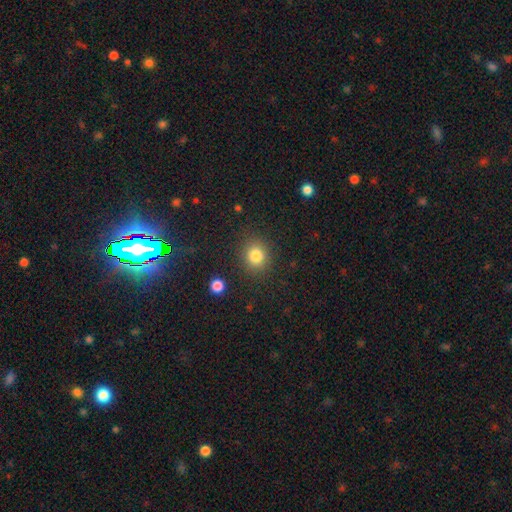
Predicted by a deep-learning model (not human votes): The model was most divided on "how rounded": round: 81%, in between: 18%, cigar-shaped: 1%. More confident: merging — none (87%); smooth or featured — smooth (83%).